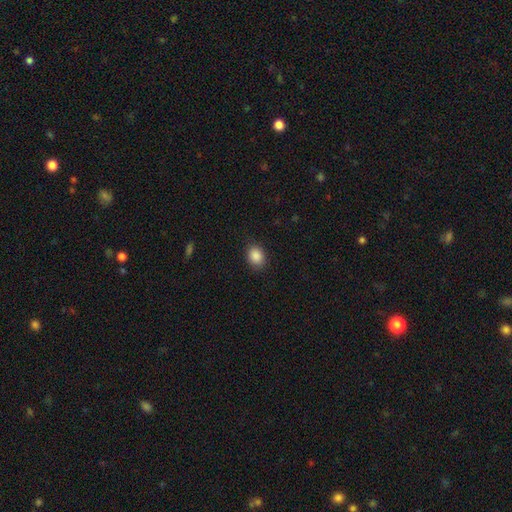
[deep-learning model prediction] smooth_or_featured: smooth (p=0.88) [alt: star or artifact p=0.09]
how_rounded: in between (p=0.57) [alt: round p=0.42]
merging: none (p=0.86) [alt: minor disturbance p=0.10]